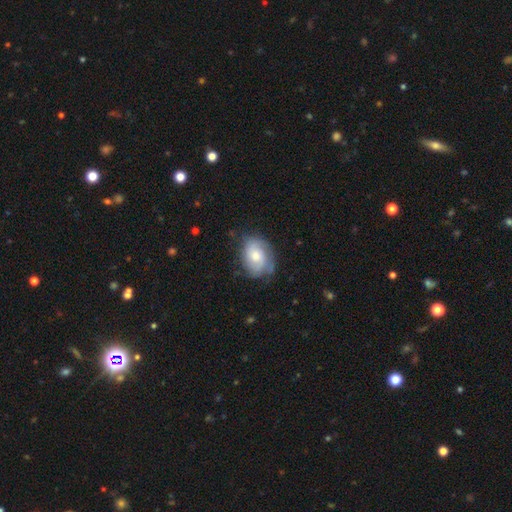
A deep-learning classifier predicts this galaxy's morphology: Smooth or featured? featured or disk (49%)
Merging? none (64%)